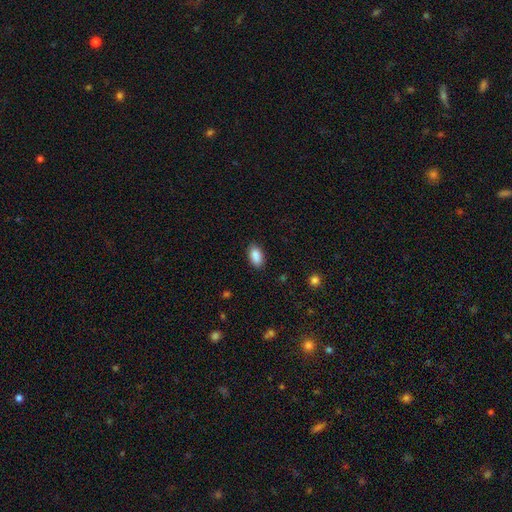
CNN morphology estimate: A smooth galaxy with no disk features (89%) that is in between round and cigar-shaped (93%). Merging: none (87%).